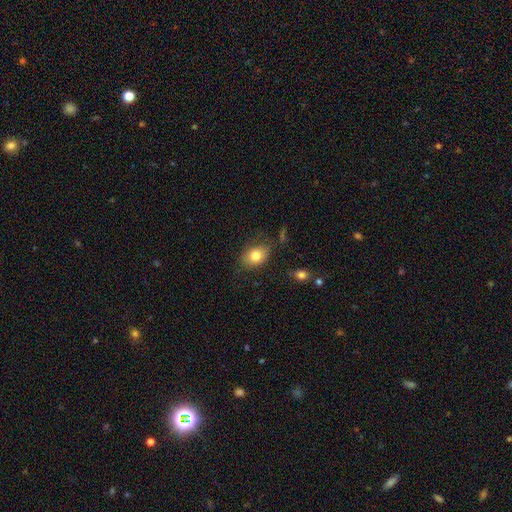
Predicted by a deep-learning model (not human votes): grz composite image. It shows a smooth galaxy with no disk features (80%) that is in between round and cigar-shaped (74%). Merging: none (73%).